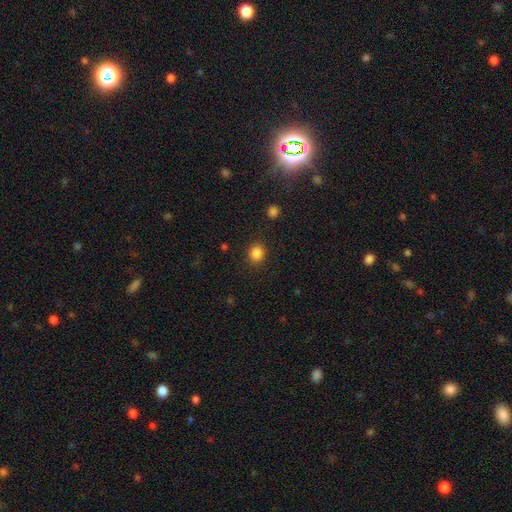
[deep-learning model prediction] Smooth or featured: smooth — 85% (star or artifact — 11%)
How rounded: round — 72% (in between — 28%)
Merging: none — 88% (minor disturbance — 8%)